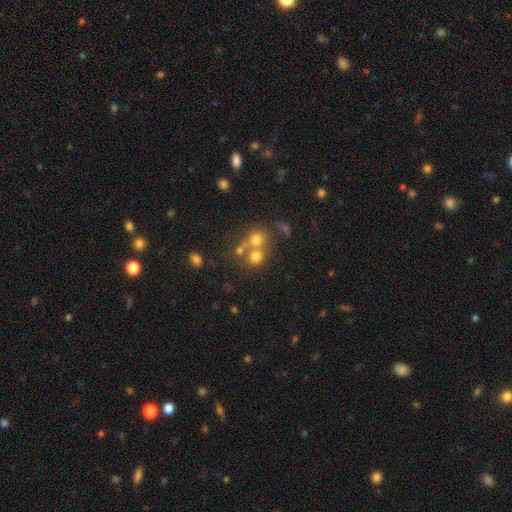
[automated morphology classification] The model was most divided on "merging" (2-way tie): none: 44%, merger: 44%, minor disturbance: 8%, major disturbance: 4%. More confident: how rounded — round (78%); smooth or featured — smooth (66%).